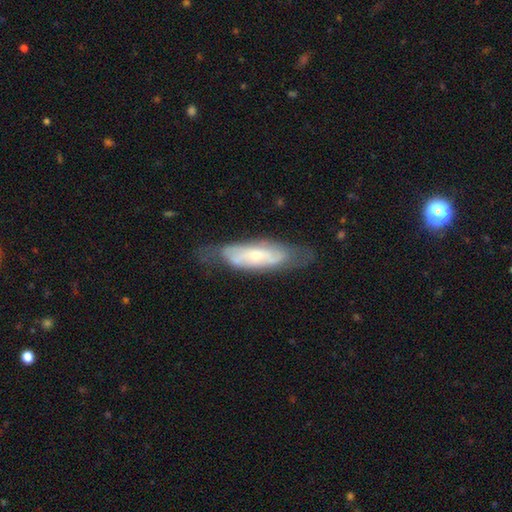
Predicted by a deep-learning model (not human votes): This is likely a featured or disk galaxy (62%). It is likely not viewed edge-on (77%). Merging: likely none (61%).